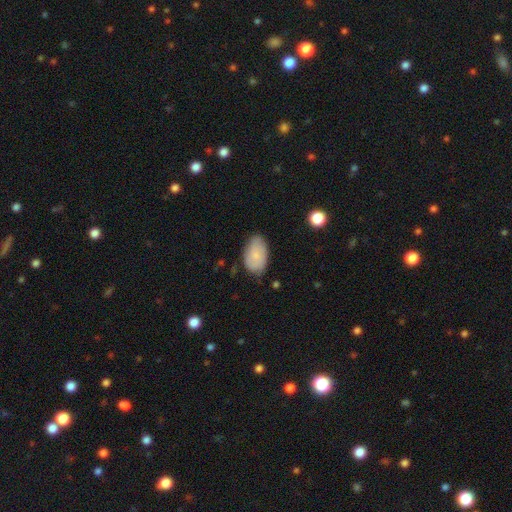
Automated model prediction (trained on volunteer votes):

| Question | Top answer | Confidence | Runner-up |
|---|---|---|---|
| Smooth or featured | smooth | 76% | featured or disk (17%) |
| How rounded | in between | 93% | round (6%) |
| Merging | none | 70% | minor disturbance (24%) |